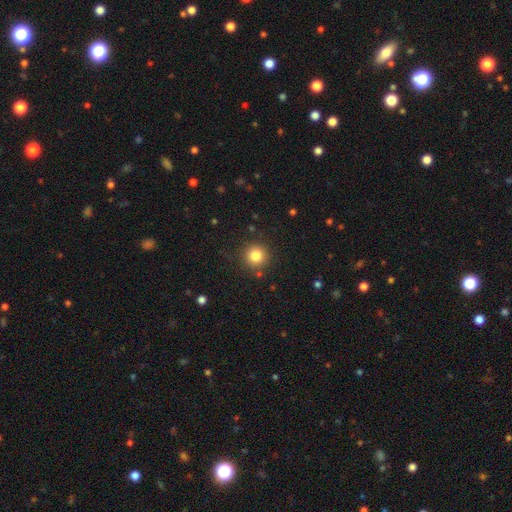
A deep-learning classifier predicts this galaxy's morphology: The model was most divided on "smooth or featured": smooth: 82%, star or artifact: 12%, featured or disk: 6%. More confident: how rounded — round (95%); merging — none (88%).